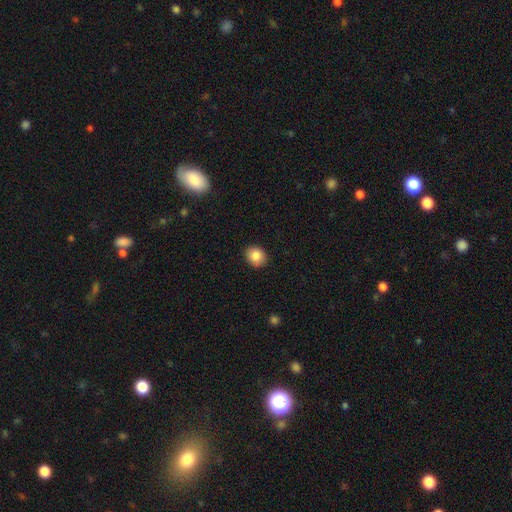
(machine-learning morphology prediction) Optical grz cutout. It shows a smooth galaxy with no disk features (86%) that is round (63%). Merging: none (89%).